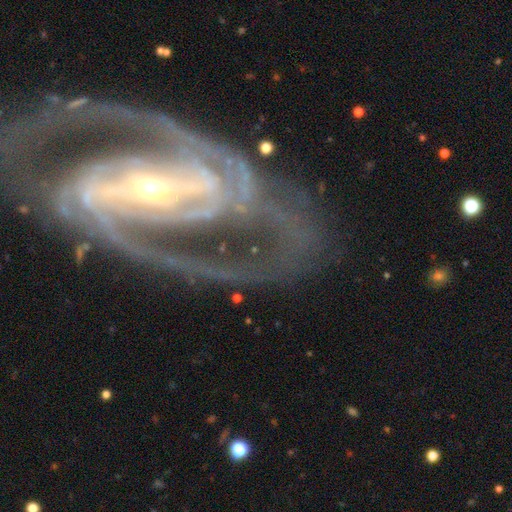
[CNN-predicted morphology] Smooth or featured? Predicted: featured or disk (p=0.93). Edge-on disk? Predicted: no (p=0.97). Bar? Predicted: strong (p=0.70). Spiral arms? Predicted: yes (p=0.98). Spiral winding? Predicted: medium (p=0.50). Spiral arm count? Predicted: 2 (p=0.74). Bulge size? Predicted: small (p=0.75). Merging? Predicted: none (p=0.68).